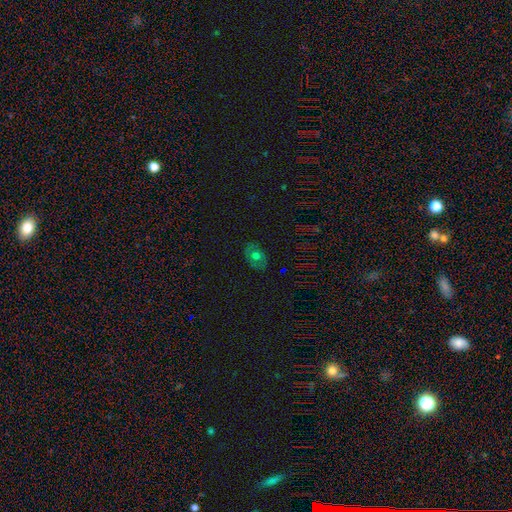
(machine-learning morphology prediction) type=smooth (55%); roundness=in between (70%); merging=none (81%).